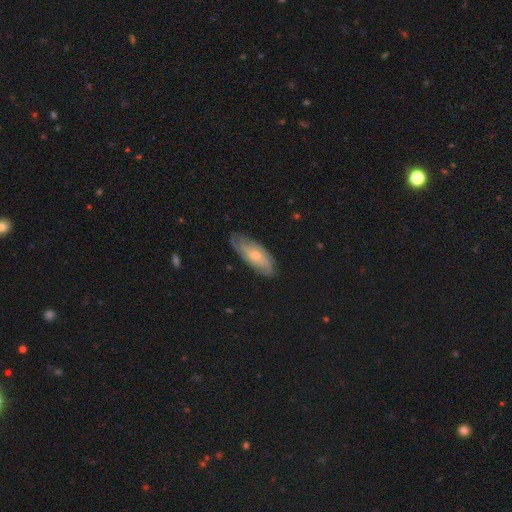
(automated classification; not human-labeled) Smooth or featured?
  - featured or disk: 66% *
  - smooth: 27%
  - star or artifact: 6%
Edge-on disk?
  - no: 88% *
  - yes: 12%
Bar?
  - no: 72% *
  - weak: 24%
  - strong: 4%
Spiral arms?
  - yes: 89% *
  - no: 11%
Spiral winding?
  - tight: 54% *
  - medium: 34%
  - loose: 12%
Spiral arm count?
  - can't tell: 43% *
  - 2: 23%
  - 3: 16%
  - 4: 9%
  - 1: 5%
  - more than 4: 4%
Bulge size?
  - small: 50% *
  - moderate: 45%
  - none: 2%
  - large: 2%
  - dominant: 1%
Merging?
  - none: 75% *
  - minor disturbance: 19%
  - major disturbance: 5%
  - merger: 1%